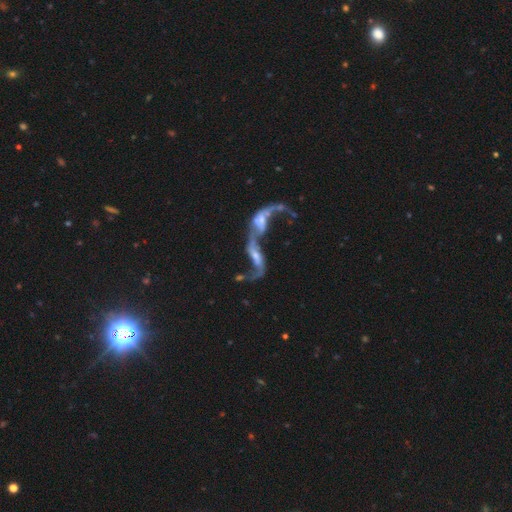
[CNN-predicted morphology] Smooth or featured? featured or disk (78%)
Edge-on disk? no (91%)
Bar? no (43%)
Spiral arms? yes (78%)
Spiral winding? loose (91%)
Spiral arm count? 2 (78%)
Bulge size? small (35%)
Merging? merger (77%)